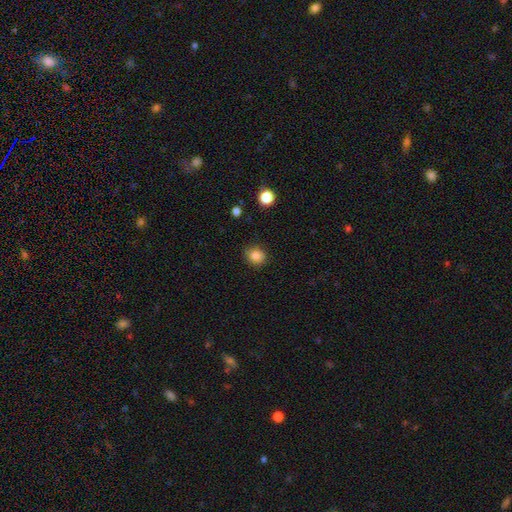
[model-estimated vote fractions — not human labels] Smooth or featured?
  - smooth: 85% *
  - star or artifact: 11%
  - featured or disk: 4%
How rounded?
  - round: 78% *
  - in between: 21%
  - cigar-shaped: 1%
Merging?
  - none: 84% *
  - minor disturbance: 12%
  - major disturbance: 3%
  - merger: 1%